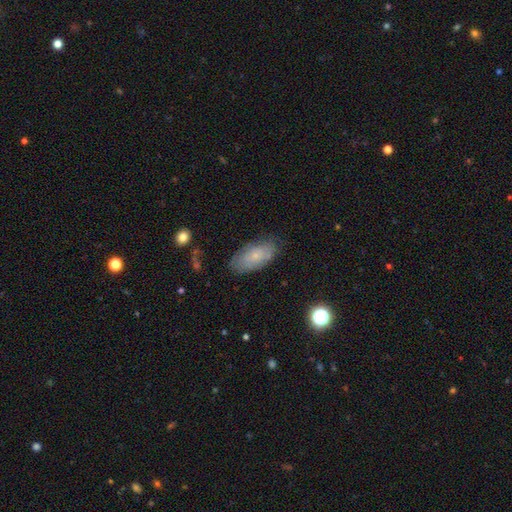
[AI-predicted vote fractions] smooth-or-featured: smooth: 58% | featured or disk: 33% | star or artifact: 8%
  how-rounded: in between: 90% | cigar-shaped: 6% | round: 4%
  merging: none: 74% | minor disturbance: 20% | major disturbance: 5% | merger: 2%